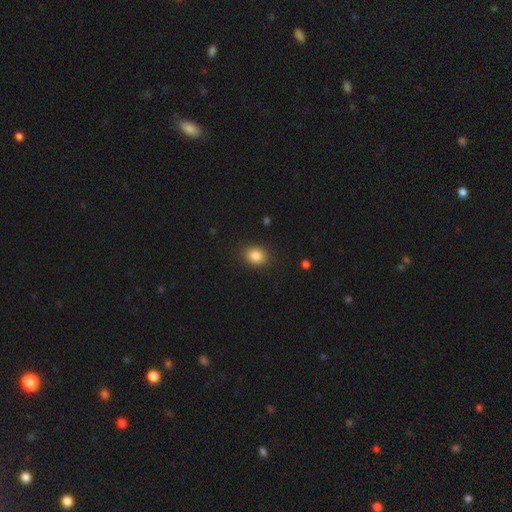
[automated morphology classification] Overall: smooth (85%). How rounded: round (60%; in between 39%). Merging: none (88%).